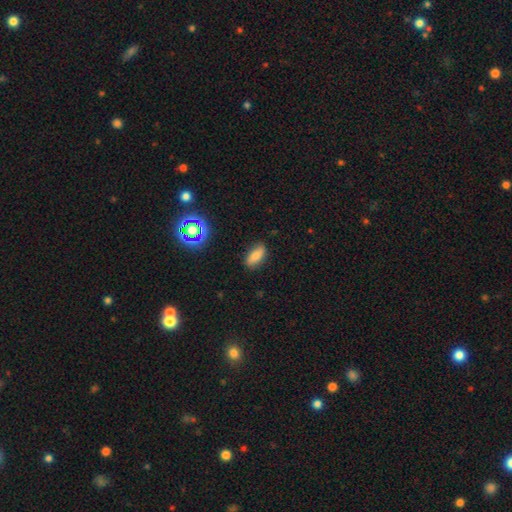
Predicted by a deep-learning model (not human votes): A smooth galaxy with no disk features (75%) that is in between round and cigar-shaped (81%).

Vote fractions:
- Smooth or featured? smooth: 75% / featured or disk: 13% / star or artifact: 12%
- How rounded? in between: 81% / cigar-shaped: 14% / round: 5%
- Merging? none: 80% / minor disturbance: 15% / major disturbance: 3% / merger: 2%